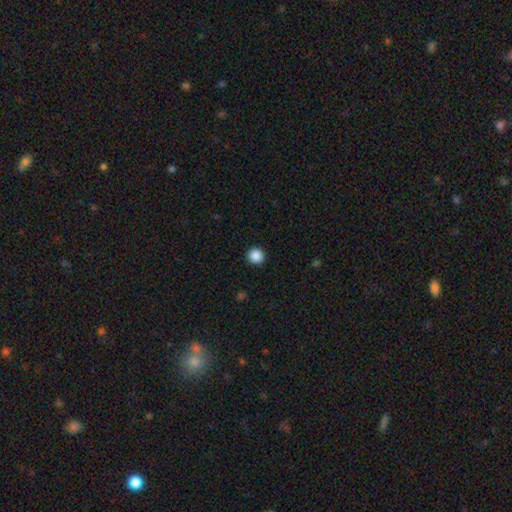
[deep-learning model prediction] Smooth or featured? smooth (88%)
How rounded? round (94%)
Merging? none (93%)